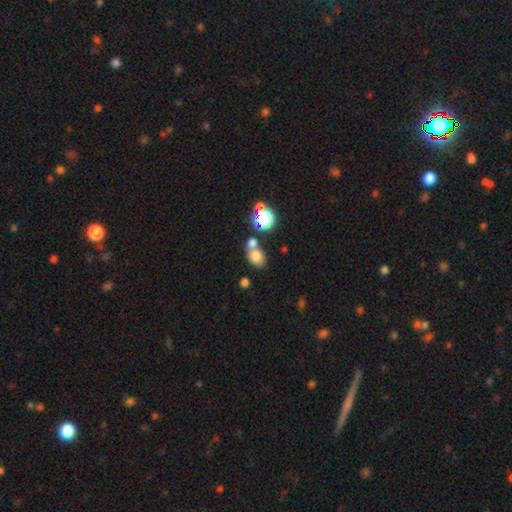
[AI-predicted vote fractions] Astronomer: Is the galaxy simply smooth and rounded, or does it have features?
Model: smooth — 74%.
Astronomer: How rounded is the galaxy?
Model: in between — 51% (runner-up: round, 47%).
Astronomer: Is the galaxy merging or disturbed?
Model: none — 51% (runner-up: merger, 34%).